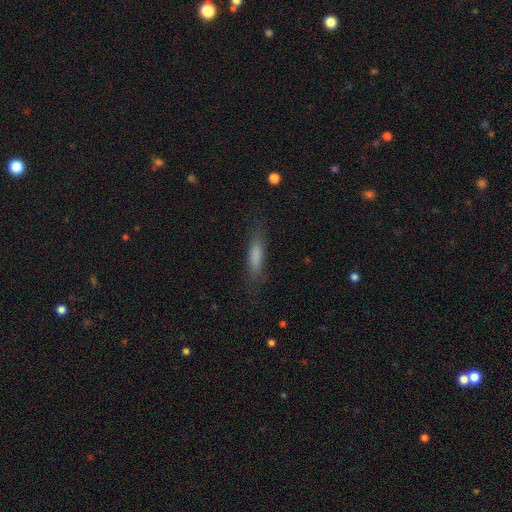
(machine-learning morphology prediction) smooth 78%, featured or disk 15%, star or artifact 8%. Down the decision tree: how rounded — cigar-shaped (72%); merging — none (79%).